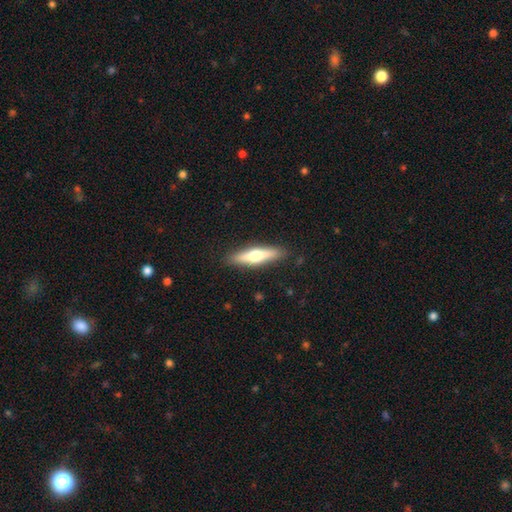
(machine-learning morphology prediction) This is possibly a smooth galaxy (50%). Merging: clearly none (88%).